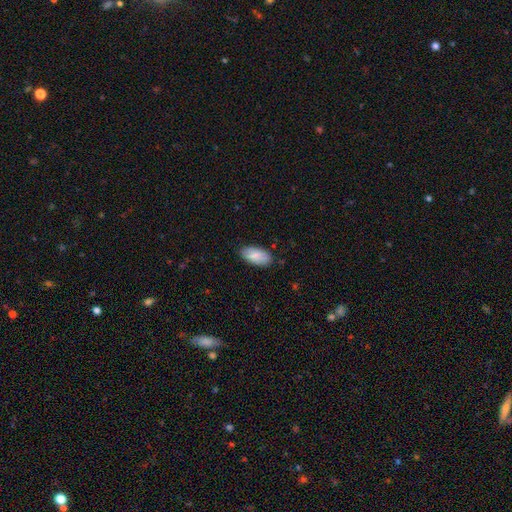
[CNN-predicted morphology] Smooth or featured?
  - smooth: 86% *
  - featured or disk: 8%
  - star or artifact: 6%
How rounded?
  - in between: 94% *
  - cigar-shaped: 4%
  - round: 2%
Merging?
  - none: 86% *
  - minor disturbance: 11%
  - major disturbance: 2%
  - merger: 1%